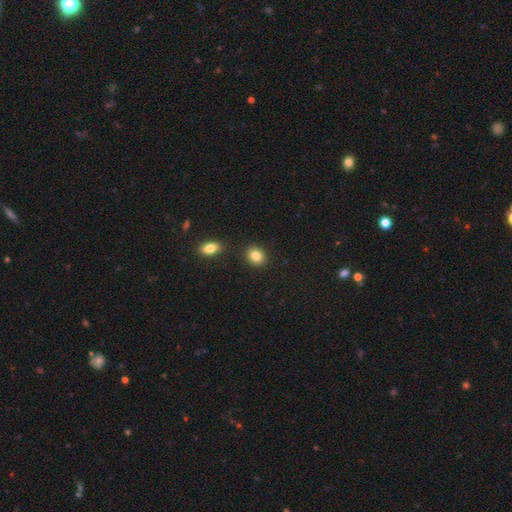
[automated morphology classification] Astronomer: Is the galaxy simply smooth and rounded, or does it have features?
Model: smooth — 85%.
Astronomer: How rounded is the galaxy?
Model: round — 60% (runner-up: in between, 39%).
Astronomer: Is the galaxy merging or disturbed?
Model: none — 86%.